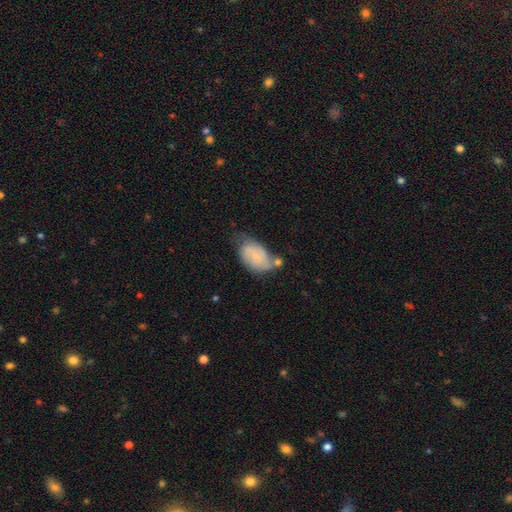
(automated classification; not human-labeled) Smooth or featured? Predicted: smooth (p=0.53). How rounded? Predicted: in between (p=0.90). Merging? Predicted: none (p=0.36).